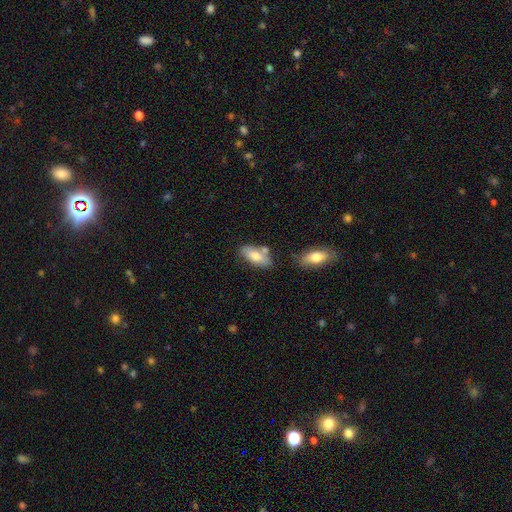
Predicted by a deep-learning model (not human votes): A smooth galaxy with no disk features (75%) that is in between round and cigar-shaped (85%). Merging: none (63%).